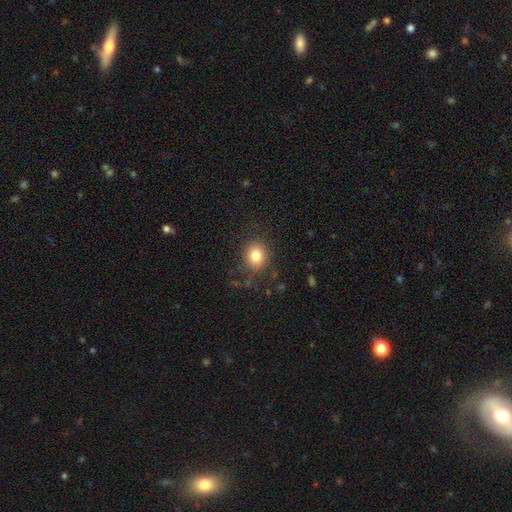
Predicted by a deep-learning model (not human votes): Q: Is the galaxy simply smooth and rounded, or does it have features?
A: smooth — 82%.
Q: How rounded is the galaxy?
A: round — 72%.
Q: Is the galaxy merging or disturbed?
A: none — 84%.